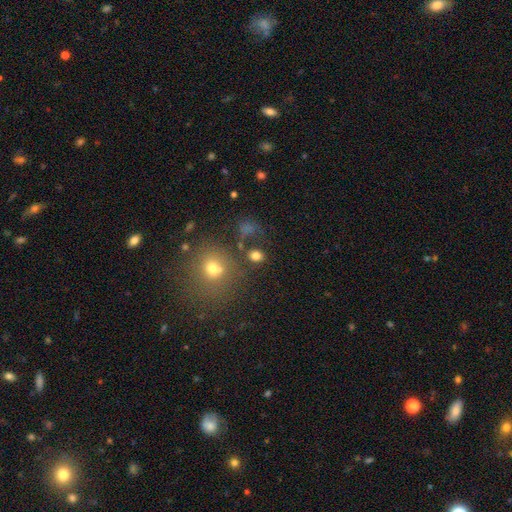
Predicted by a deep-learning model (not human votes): This appears to be a smooth galaxy with no disk features (77%) that is round (63%). Merging: none (70%).